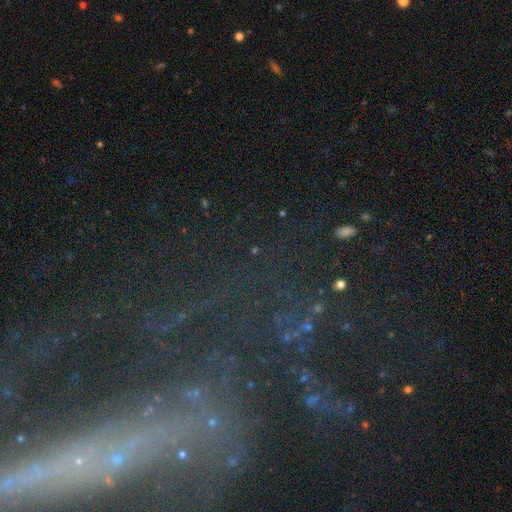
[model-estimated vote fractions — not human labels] This appears to be a star or artifact, not a galaxy (45%).